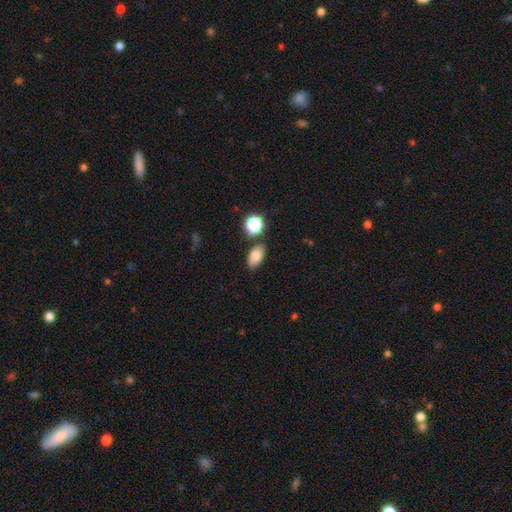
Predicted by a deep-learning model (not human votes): Overall: smooth (82%). How rounded: in between (88%). Merging: none (79%).